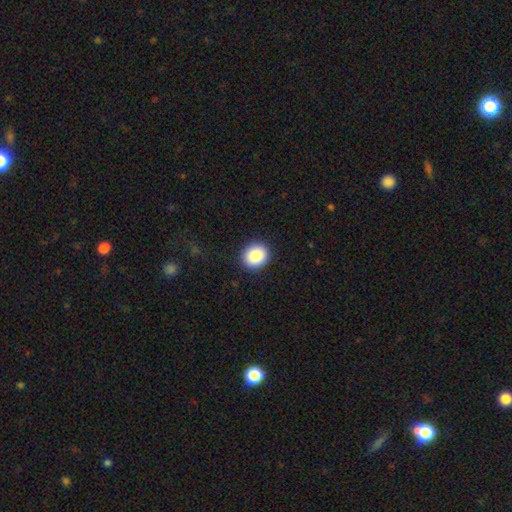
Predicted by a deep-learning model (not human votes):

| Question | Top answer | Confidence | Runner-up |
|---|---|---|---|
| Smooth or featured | smooth | 88% | star or artifact (8%) |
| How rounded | round | 76% | in between (23%) |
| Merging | none | 91% | minor disturbance (6%) |